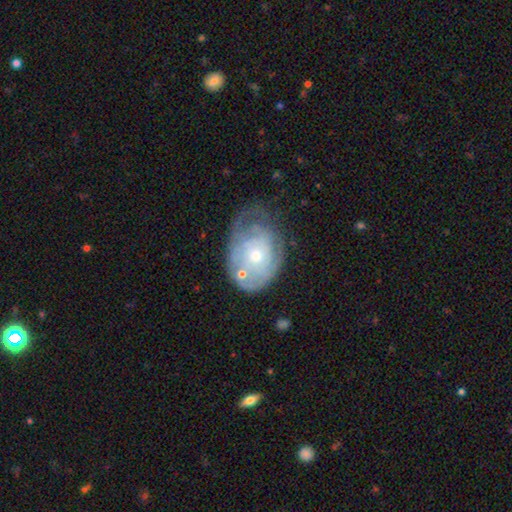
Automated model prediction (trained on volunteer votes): Overall: featured or disk (64%; smooth 30%). Edge-on disk: no (95%). Bar: no (84%). Spiral arms: yes (65%; no 35%). Bulge size: small (50%; moderate 45%). Merging: none (37%; minor disturbance 32%).